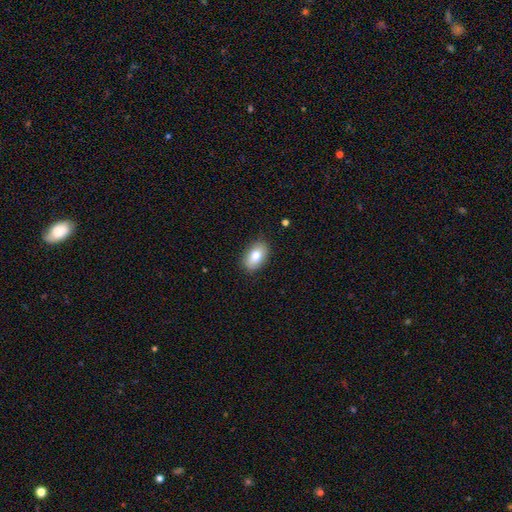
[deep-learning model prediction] A smooth galaxy with no disk features (79%) that is in between round and cigar-shaped (90%). Merging: none (86%).